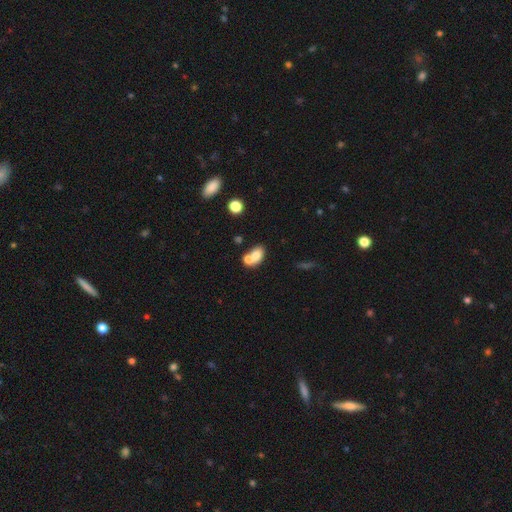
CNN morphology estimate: Overall: smooth (72%). How rounded: in between (74%). Merging: merger (53%; none 33%).